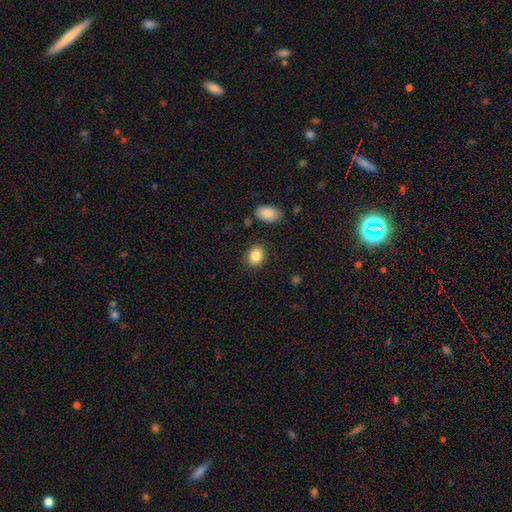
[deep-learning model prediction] Overall: smooth (86%). How rounded: in between (54%; round 45%). Merging: none (87%).